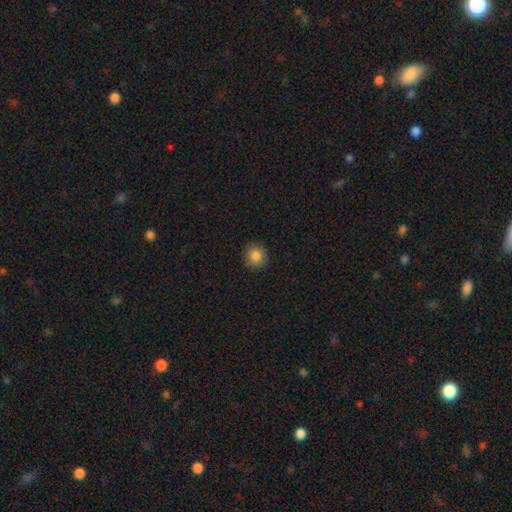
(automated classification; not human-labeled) A smooth galaxy with no disk features (84%) that is round (89%).

Vote fractions:
- Smooth or featured? smooth: 84% / star or artifact: 10% / featured or disk: 6%
- How rounded? round: 89% / in between: 10% / cigar-shaped: 1%
- Merging? none: 90% / minor disturbance: 7% / major disturbance: 2% / merger: 1%